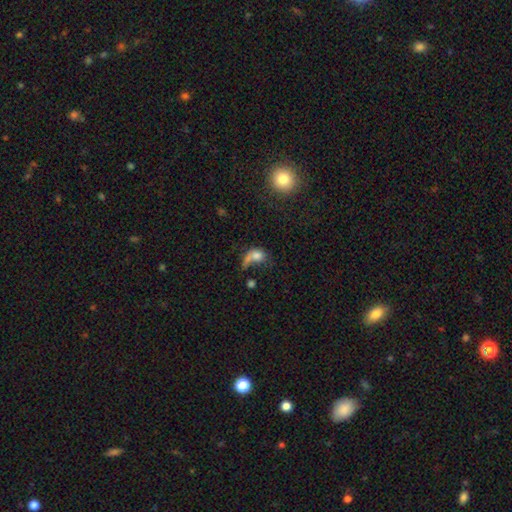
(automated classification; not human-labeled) Smooth or featured? smooth (63%)
How rounded? in between (58%)
Merging? major disturbance (38%)